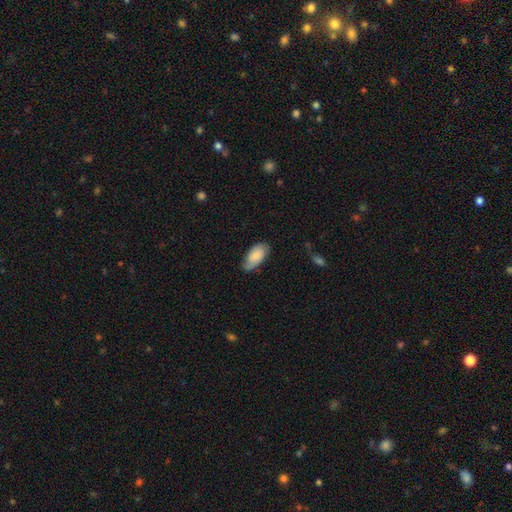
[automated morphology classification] smooth-or-featured: smooth: 68% | featured or disk: 26% | star or artifact: 6%
  how-rounded: in between: 94% | cigar-shaped: 4% | round: 2%
  merging: none: 68% | minor disturbance: 25% | major disturbance: 6% | merger: 1%